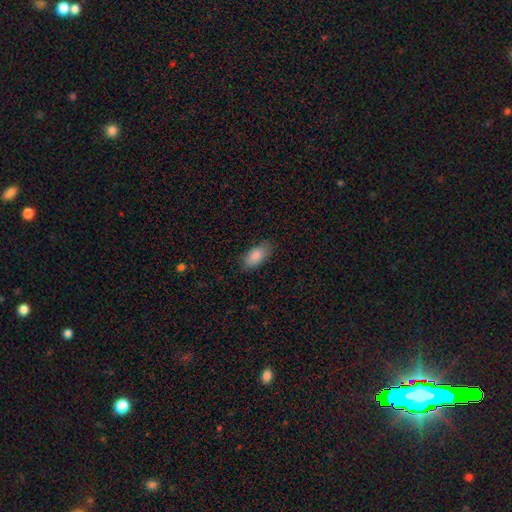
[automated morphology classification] Smooth or featured: smooth — 87% (featured or disk — 7%)
How rounded: in between — 91% (cigar-shaped — 7%)
Merging: none — 81% (minor disturbance — 15%)